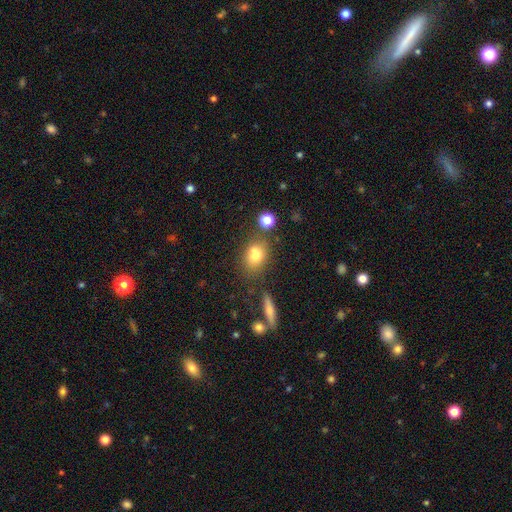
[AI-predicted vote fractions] This is likely a smooth galaxy (71%). How rounded: possibly in between (58%). Merging: possibly none (50%).